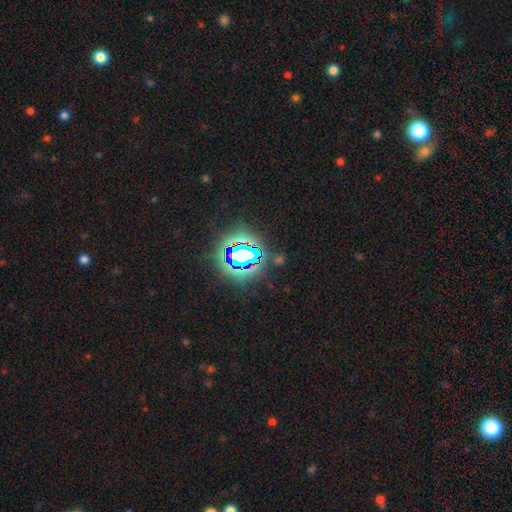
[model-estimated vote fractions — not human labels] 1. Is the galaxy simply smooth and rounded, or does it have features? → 84% star or artifact, 10% smooth, 6% featured or disk.